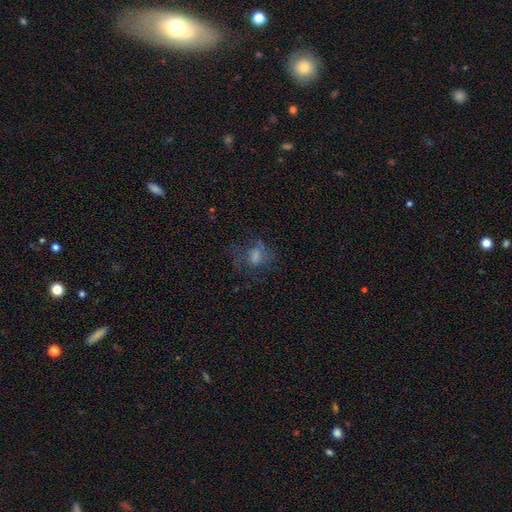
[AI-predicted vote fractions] A smooth galaxy with no disk features (46%). Merging: none (49%).